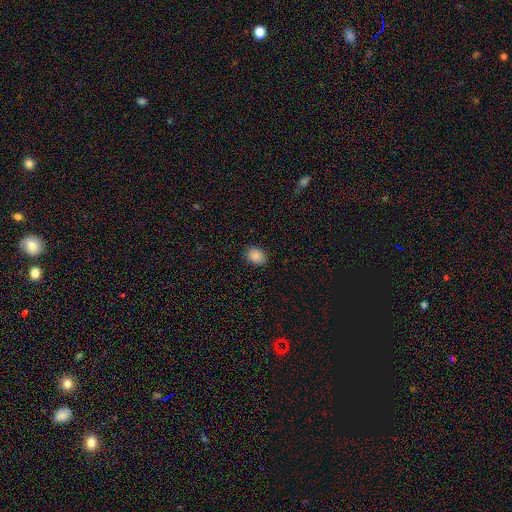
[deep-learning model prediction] Smooth or featured? Predicted: smooth (p=0.86). How rounded? Predicted: in between (p=0.58). Merging? Predicted: none (p=0.85).